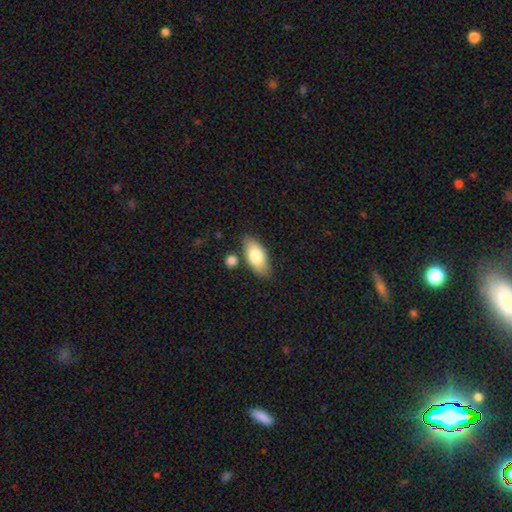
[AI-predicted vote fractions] This is likely a smooth galaxy (76%). How rounded: clearly in between (89%). Merging: likely none (78%).